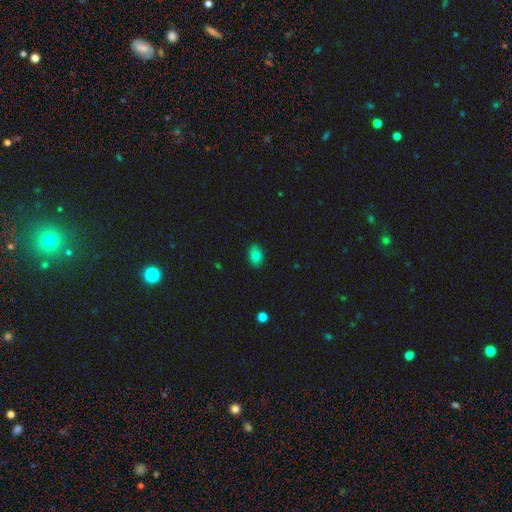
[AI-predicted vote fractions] Smooth or featured? Predicted: smooth (p=0.84). How rounded? Predicted: in between (p=0.78). Merging? Predicted: none (p=0.82).